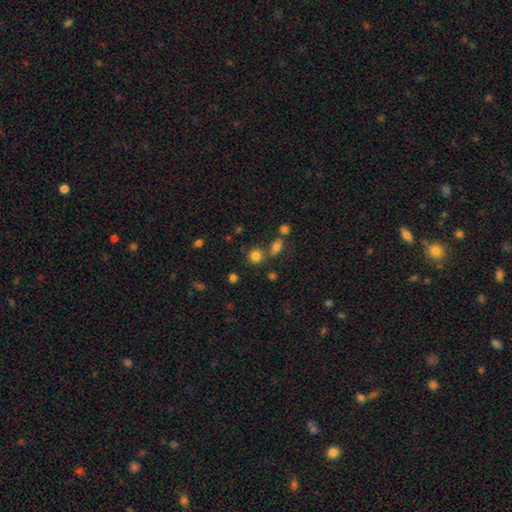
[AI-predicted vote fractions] Smooth or featured?
  - smooth: 79% *
  - star or artifact: 14%
  - featured or disk: 7%
How rounded?
  - round: 84% *
  - in between: 14%
  - cigar-shaped: 1%
Merging?
  - none: 66% *
  - merger: 20%
  - minor disturbance: 10%
  - major disturbance: 4%